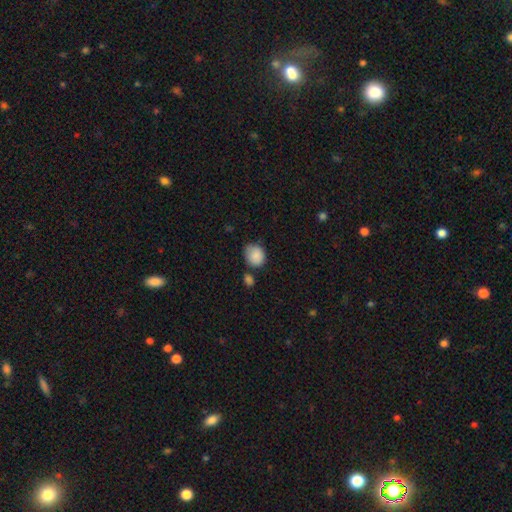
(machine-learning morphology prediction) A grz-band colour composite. It shows a smooth galaxy with no disk features (87%) that is round (56%). Merging: none (58%).